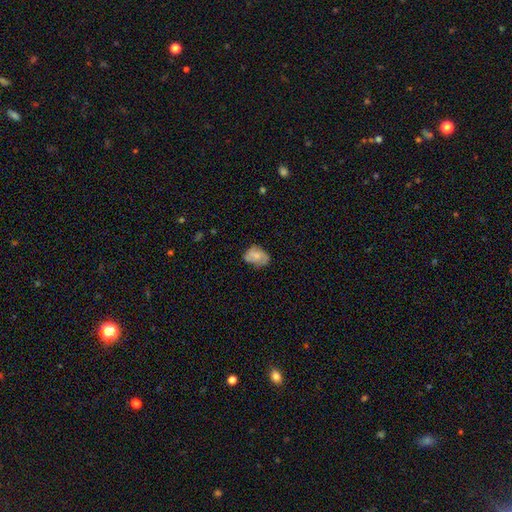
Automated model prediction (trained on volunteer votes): Overall: smooth (53%; featured or disk 39%). How rounded: in between (74%). Merging: none (59%; minor disturbance 29%).